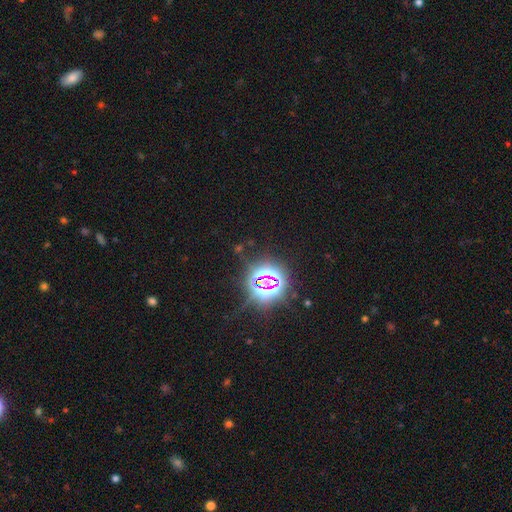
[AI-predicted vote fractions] Smooth or featured: star or artifact — 83% (smooth — 10%)